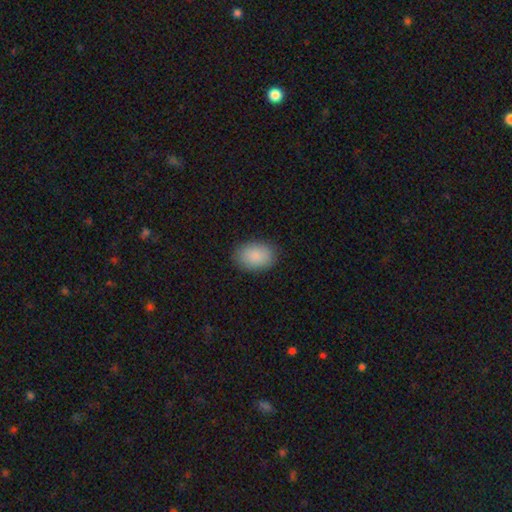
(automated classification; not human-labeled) Smooth or featured? smooth (89%)
How rounded? in between (83%)
Merging? none (87%)